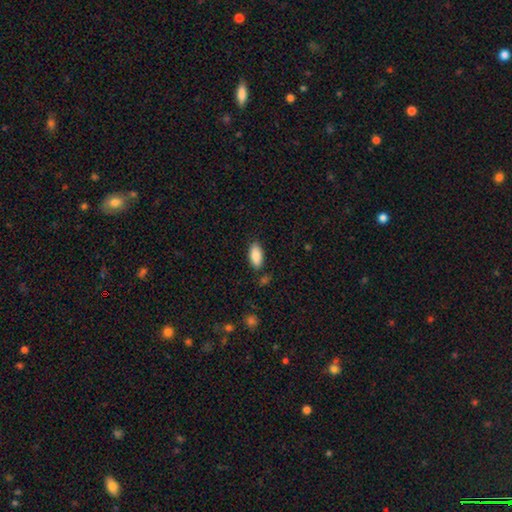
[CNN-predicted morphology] A smooth galaxy with no disk features (87%) that is in between round and cigar-shaped (91%).

Vote fractions:
- Smooth or featured? smooth: 87% / star or artifact: 7% / featured or disk: 6%
- How rounded? in between: 91% / cigar-shaped: 7% / round: 2%
- Merging? none: 82% / minor disturbance: 13% / merger: 3% / major disturbance: 3%